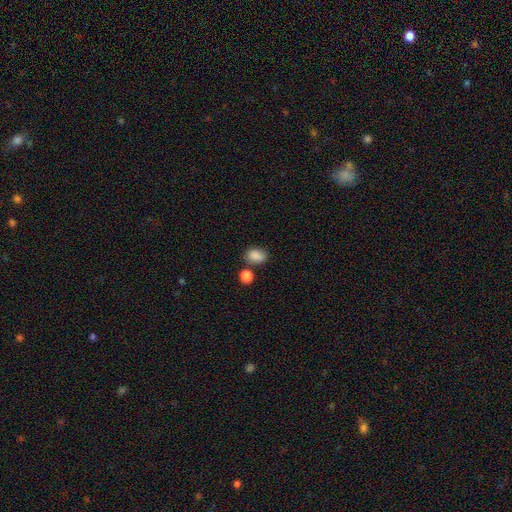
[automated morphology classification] Smooth or featured? Predicted: smooth (p=0.86). How rounded? Predicted: in between (p=0.68). Merging? Predicted: none (p=0.68).